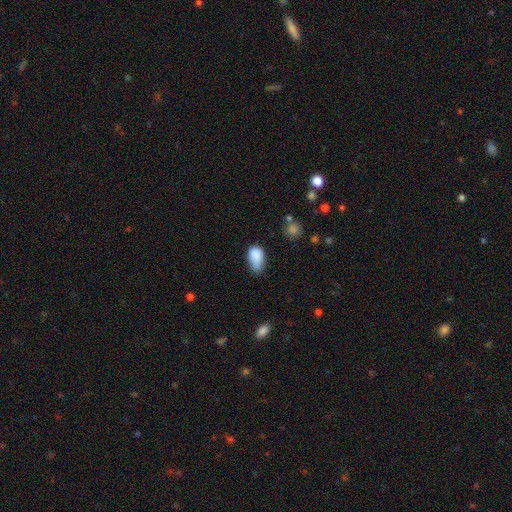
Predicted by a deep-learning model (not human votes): Q: Smooth or featured?
A: smooth (83%); runner-up: star or artifact (9%)
Q: How rounded?
A: in between (89%); runner-up: round (9%)
Q: Merging?
A: minor disturbance (45%); runner-up: none (34%)